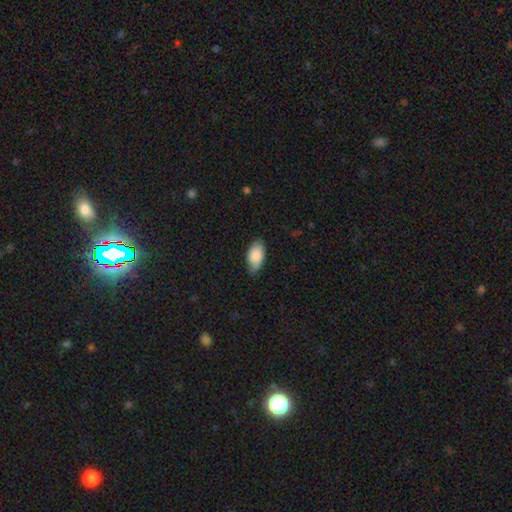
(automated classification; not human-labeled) Smooth or featured?
  - smooth: 84% *
  - featured or disk: 10%
  - star or artifact: 6%
How rounded?
  - in between: 94% *
  - round: 3%
  - cigar-shaped: 3%
Merging?
  - none: 74% *
  - minor disturbance: 22%
  - major disturbance: 3%
  - merger: 1%